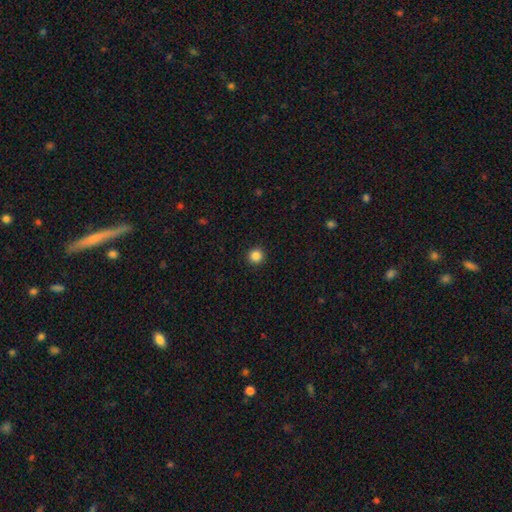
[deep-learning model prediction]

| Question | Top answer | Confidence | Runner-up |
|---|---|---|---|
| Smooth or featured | smooth | 86% | star or artifact (11%) |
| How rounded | round | 95% | in between (4%) |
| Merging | none | 93% | minor disturbance (4%) |